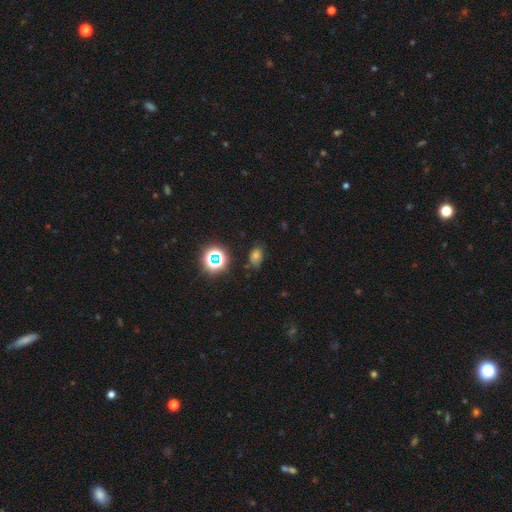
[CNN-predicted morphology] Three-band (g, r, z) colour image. It shows a smooth galaxy with no disk features (58%) that is in between round and cigar-shaped (69%). Merging: none (81%).